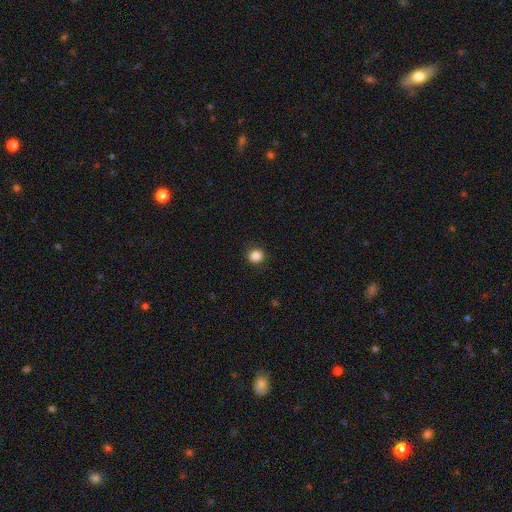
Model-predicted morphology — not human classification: Smooth or featured? smooth (86%)
How rounded? round (88%)
Merging? none (91%)